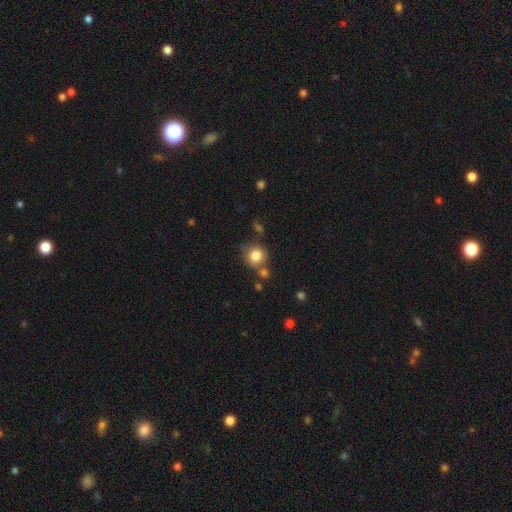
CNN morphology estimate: This is clearly a smooth galaxy (83%). How rounded: clearly round (86%). Merging: likely none (66%).